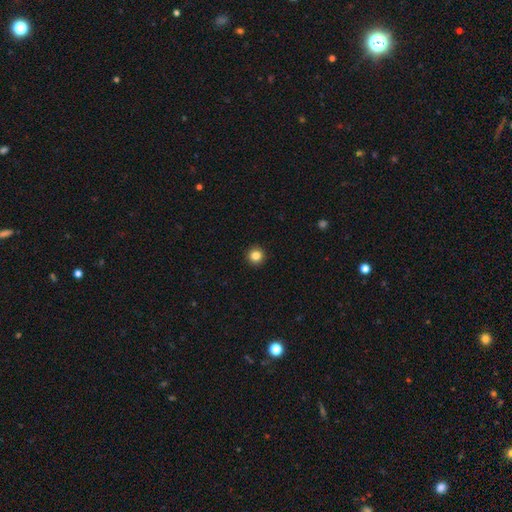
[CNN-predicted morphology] Overall: smooth (84%). How rounded: round (95%). Merging: none (94%).